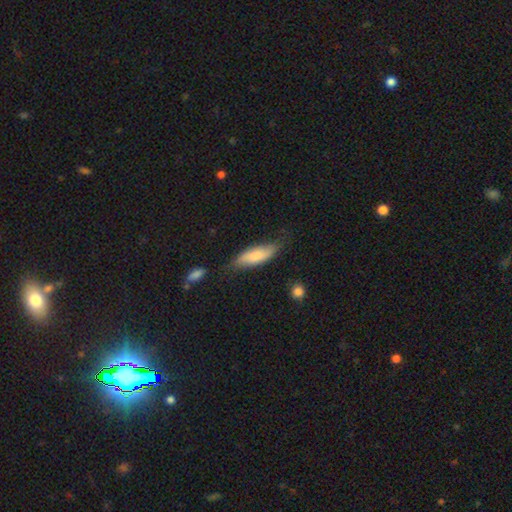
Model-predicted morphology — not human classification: A smooth galaxy with no disk features (72%) that is in between round and cigar-shaped (62%).

Vote fractions:
- Smooth or featured? smooth: 72% / featured or disk: 22% / star or artifact: 6%
- How rounded? in between: 62% / cigar-shaped: 36% / round: 2%
- Merging? none: 62% / minor disturbance: 28% / major disturbance: 7% / merger: 3%